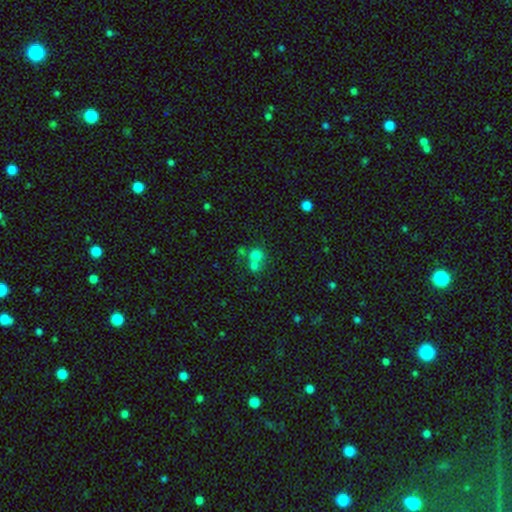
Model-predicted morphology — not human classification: A smooth galaxy with no disk features (69%) that is round (85%). Merging: merger (51%).